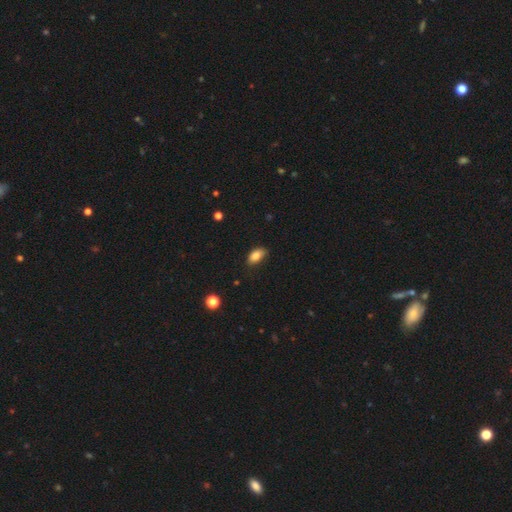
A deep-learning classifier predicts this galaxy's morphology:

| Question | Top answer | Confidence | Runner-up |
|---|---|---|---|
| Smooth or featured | smooth | 85% | star or artifact (9%) |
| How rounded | in between | 90% | round (6%) |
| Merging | none | 69% | minor disturbance (25%) |